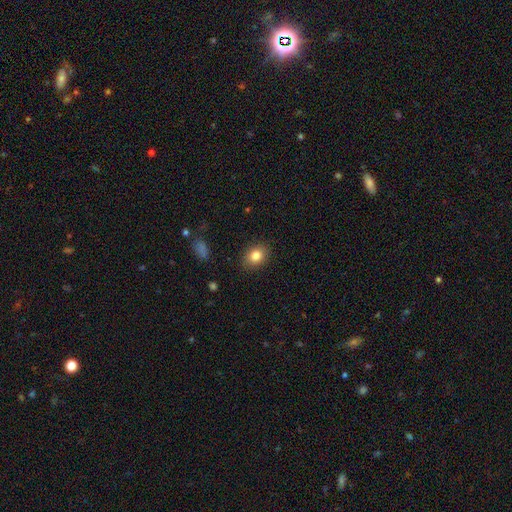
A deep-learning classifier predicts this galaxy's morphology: A smooth galaxy with no disk features (83%) that is in between round and cigar-shaped (54%). Merging: none (87%).